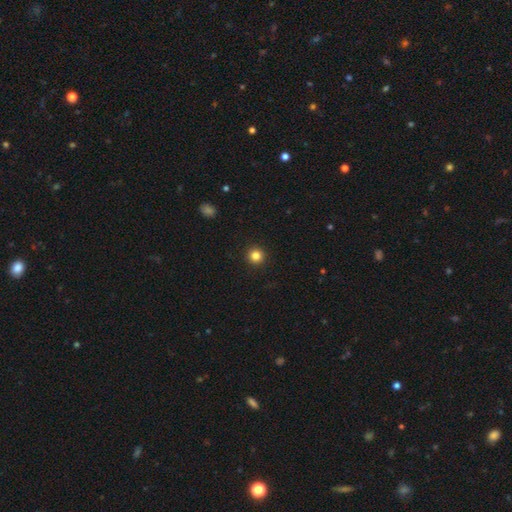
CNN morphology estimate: smooth_or_featured: smooth (p=0.83) [alt: star or artifact p=0.12]
how_rounded: round (p=0.96) [alt: in between p=0.03]
merging: none (p=0.94) [alt: minor disturbance p=0.04]